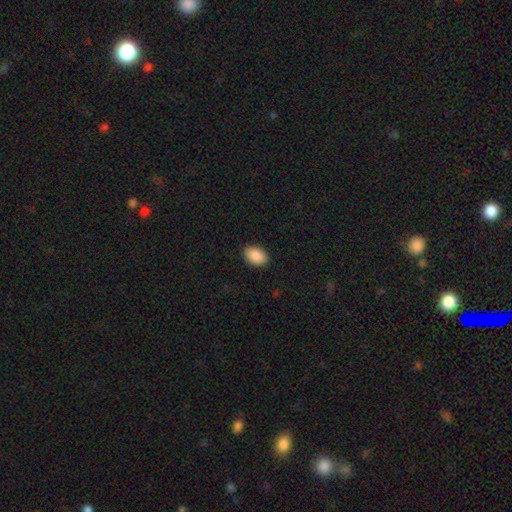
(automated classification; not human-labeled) smooth-or-featured: smooth: 90% | star or artifact: 7% | featured or disk: 3%
  how-rounded: in between: 87% | round: 12% | cigar-shaped: 1%
  merging: none: 89% | minor disturbance: 8% | major disturbance: 2% | merger: 1%